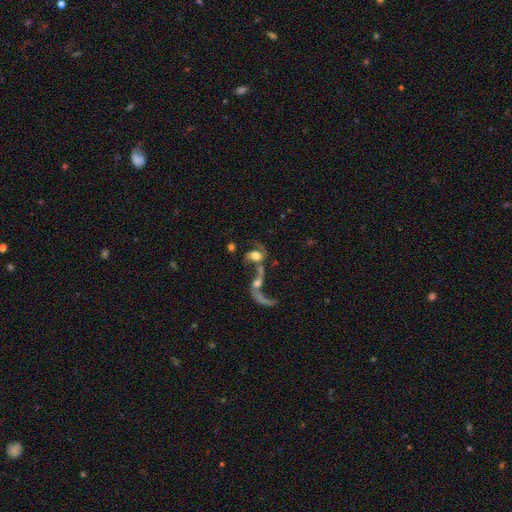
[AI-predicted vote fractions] Smooth or featured: featured or disk — 57% (smooth — 32%)
Edge-on disk: no — 93% (yes — 7%)
Bar: no — 69% (weak — 23%)
Spiral arms: yes — 64% (no — 36%)
Bulge size: moderate — 36% (large — 32%)
Merging: merger — 62% (major disturbance — 18%)